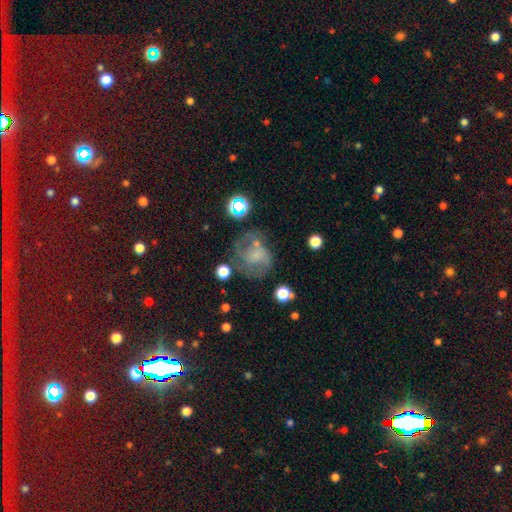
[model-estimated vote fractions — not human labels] Smooth or featured: featured or disk — 45% (smooth — 39%)
Merging: none — 46% (major disturbance — 25%)